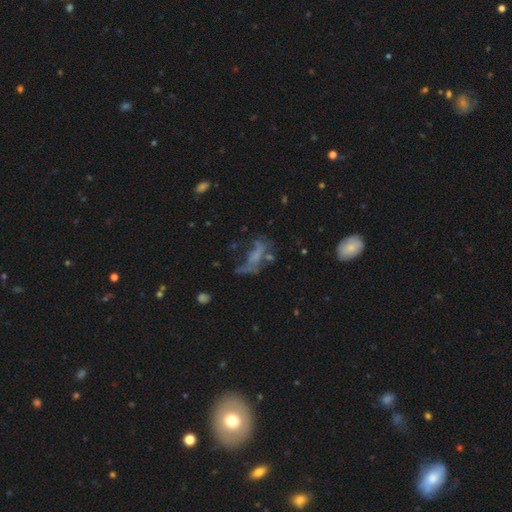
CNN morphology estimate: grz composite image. It shows a featured or disk galaxy (45%). Merging: major disturbance (40%).